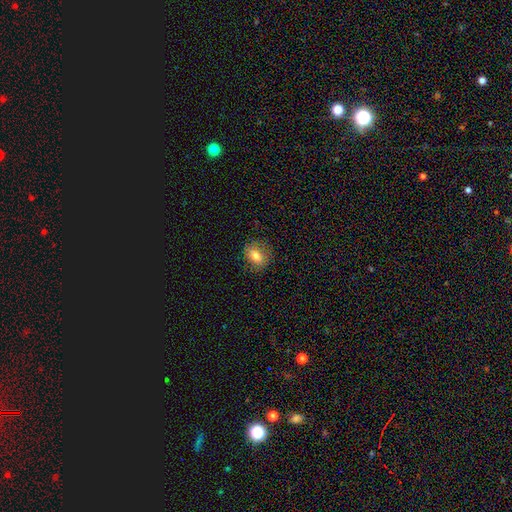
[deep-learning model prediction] Smooth or featured? Predicted: smooth (p=0.76). How rounded? Predicted: in between (p=0.59). Merging? Predicted: none (p=0.81).